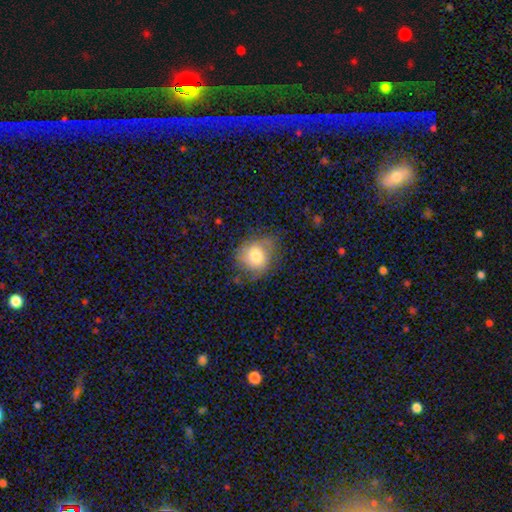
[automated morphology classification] Overall: smooth (71%). How rounded: round (71%). Merging: none (57%; minor disturbance 28%).